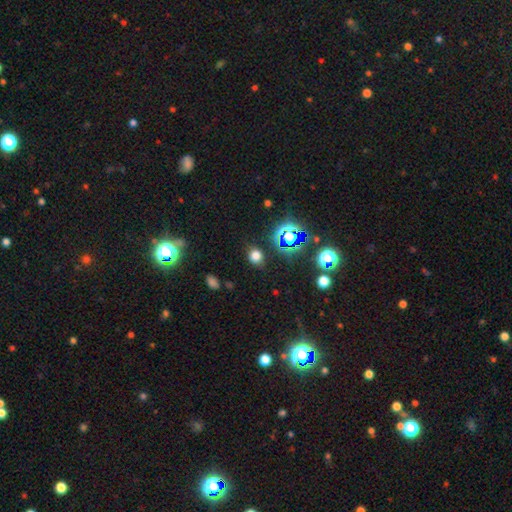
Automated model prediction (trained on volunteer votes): Q: Smooth or featured?
A: smooth (69%); runner-up: star or artifact (25%)
Q: How rounded?
A: round (66%); runner-up: in between (32%)
Q: Merging?
A: none (84%); runner-up: minor disturbance (10%)